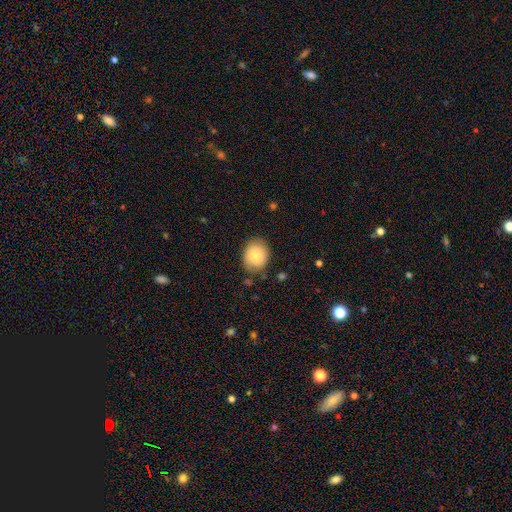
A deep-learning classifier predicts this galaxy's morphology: Smooth or featured? smooth (82%)
How rounded? round (60%)
Merging? none (81%)